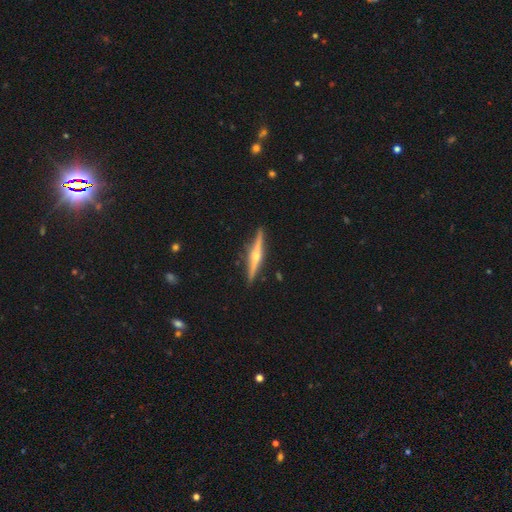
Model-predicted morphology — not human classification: featured or disk 77%, smooth 18%, star or artifact 5%. Down the decision tree: edge-on disk — yes (98%); edge-on bulge — rounded (89%); merging — none (91%).